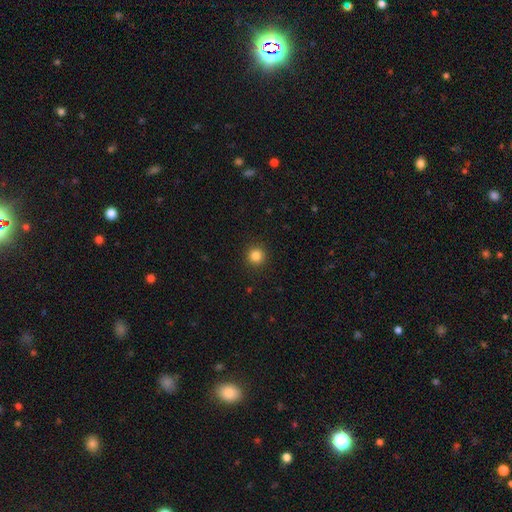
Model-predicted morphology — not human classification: This is clearly a smooth galaxy (84%). How rounded: clearly round (94%). Merging: clearly none (92%).